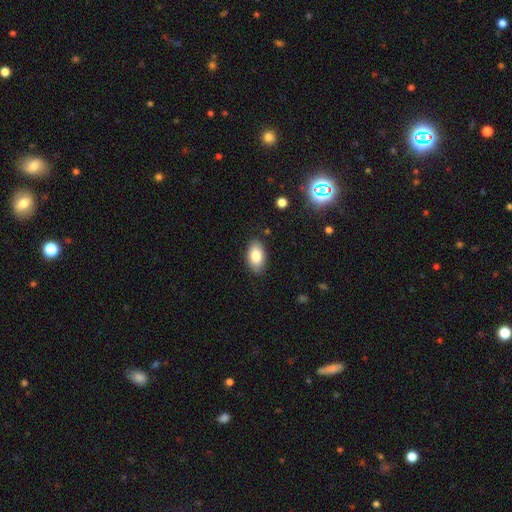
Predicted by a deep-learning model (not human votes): This appears to be a smooth galaxy with no disk features (82%) that is in between round and cigar-shaped (93%). Merging: none (86%).